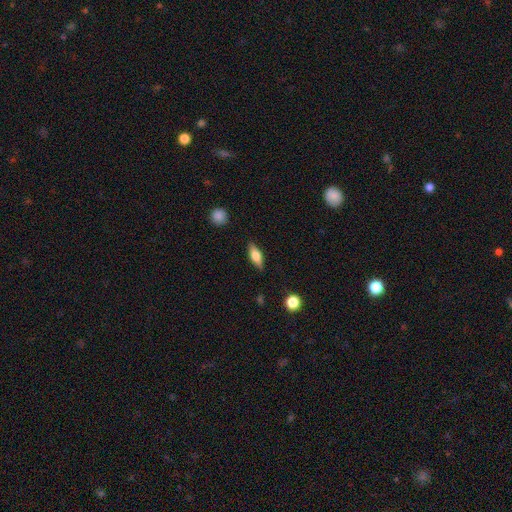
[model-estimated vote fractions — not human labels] smooth 61%, featured or disk 32%, star or artifact 7%. Down the decision tree: how rounded — in between (65%); merging — none (85%).